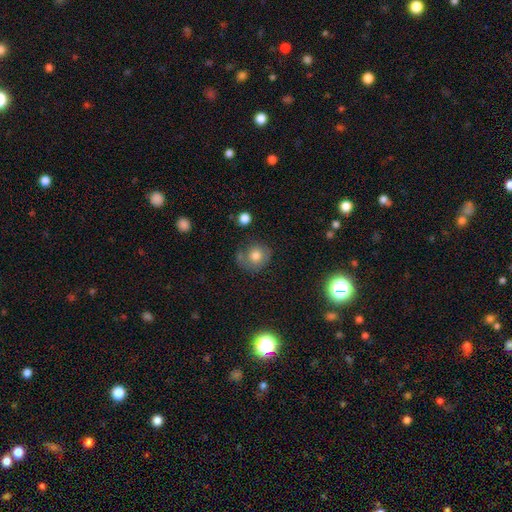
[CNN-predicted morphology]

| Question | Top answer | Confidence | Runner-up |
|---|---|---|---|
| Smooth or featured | smooth | 74% | featured or disk (15%) |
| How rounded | round | 75% | in between (24%) |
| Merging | none | 59% | minor disturbance (21%) |